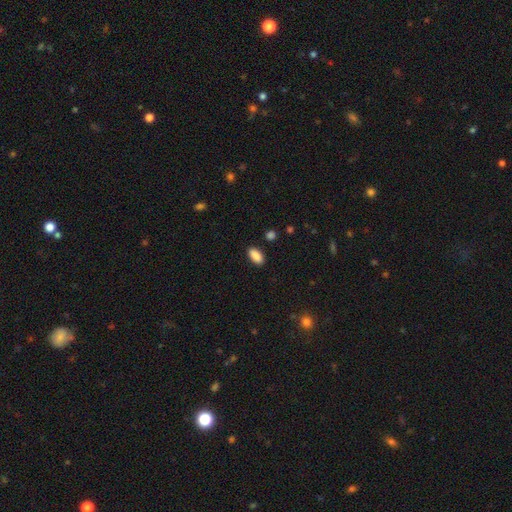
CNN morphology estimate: Smooth or featured? smooth (89%)
How rounded? in between (89%)
Merging? none (88%)